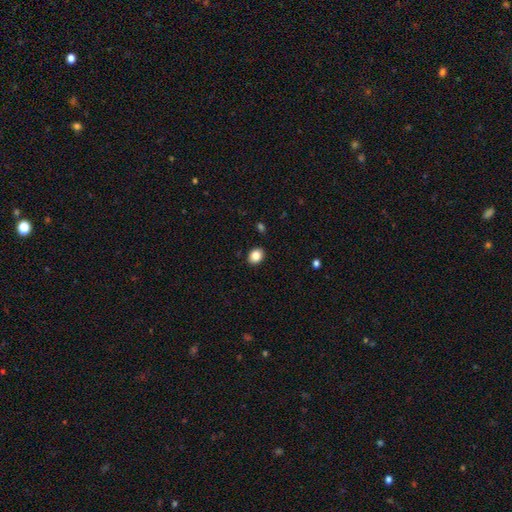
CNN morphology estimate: Q: Smooth or featured?
A: smooth (85%); runner-up: star or artifact (9%)
Q: How rounded?
A: in between (52%); runner-up: round (47%)
Q: Merging?
A: none (90%); runner-up: minor disturbance (7%)